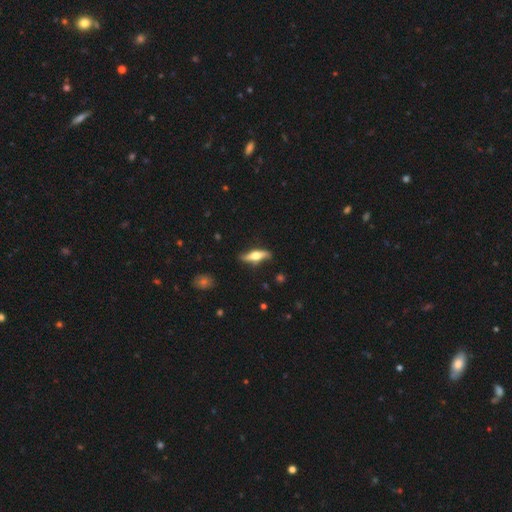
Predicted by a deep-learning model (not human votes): Overall: featured or disk (55%; smooth 39%). Edge-on disk: yes (86%). Merging: none (80%).